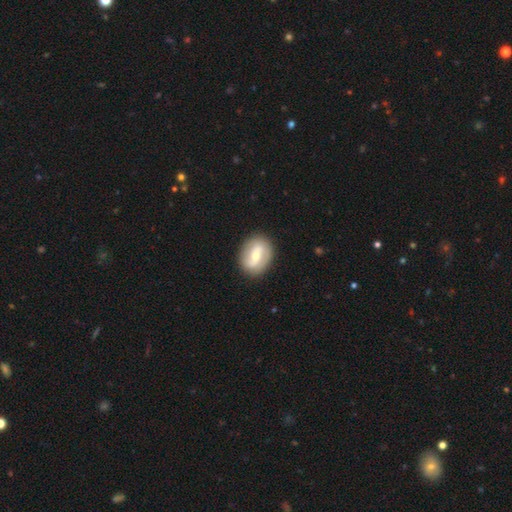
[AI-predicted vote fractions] smooth_or_featured: featured or disk (p=0.64) [alt: smooth p=0.30]
disk_edge_on: no (p=0.96) [alt: yes p=0.04]
bar: weak (p=0.43) [alt: strong p=0.31]
has_spiral_arms: yes (p=0.77) [alt: no p=0.23]
bulge_size: moderate (p=0.57) [alt: small p=0.38]
merging: none (p=0.86) [alt: minor disturbance p=0.10]